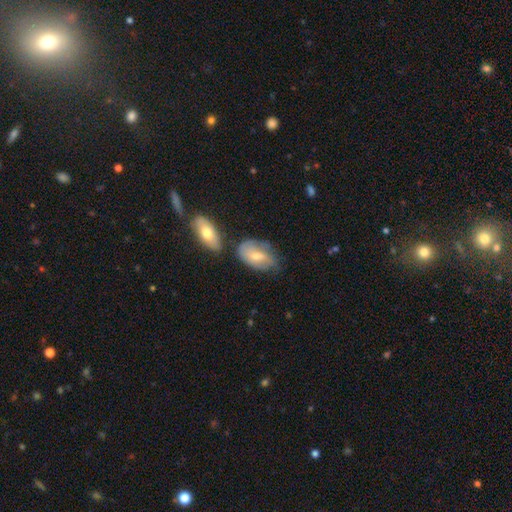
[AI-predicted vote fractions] This appears to be a smooth galaxy with no disk features (51%) that is in between round and cigar-shaped (89%). Merging: none (47%).